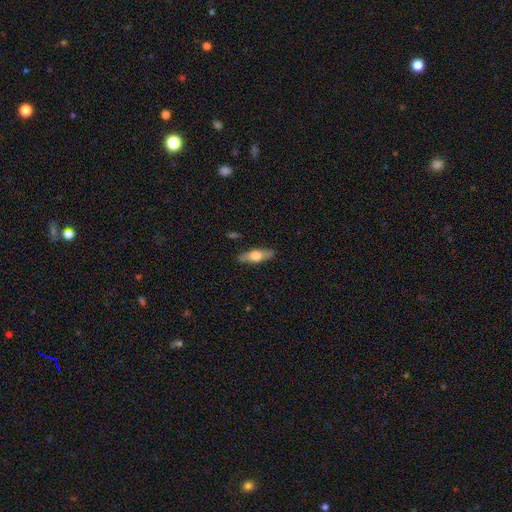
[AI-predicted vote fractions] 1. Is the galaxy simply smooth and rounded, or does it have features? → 53% smooth, 41% featured or disk, 6% star or artifact.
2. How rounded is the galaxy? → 51% in between, 46% cigar-shaped, 3% round.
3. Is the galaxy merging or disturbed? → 86% none, 11% minor disturbance, 2% major disturbance, 1% merger.